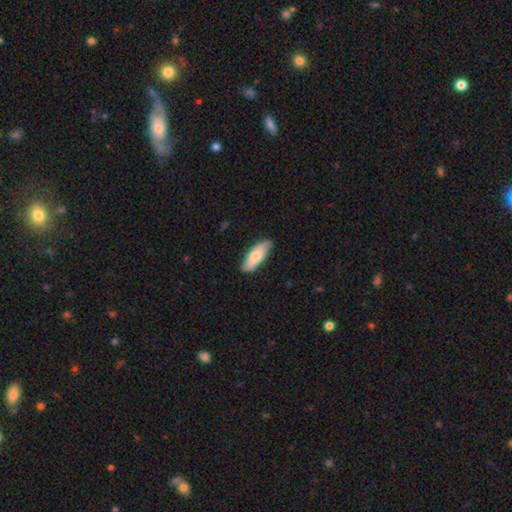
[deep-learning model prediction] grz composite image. It shows a smooth galaxy with no disk features (72%) that is in between round and cigar-shaped (72%). Merging: none (81%).